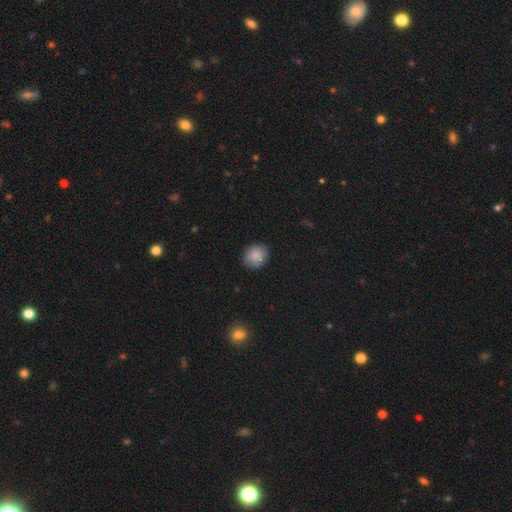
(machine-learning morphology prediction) The model was most divided on "how rounded": round: 73%, in between: 26%, cigar-shaped: 1%. More confident: smooth or featured — smooth (87%); merging — none (85%).